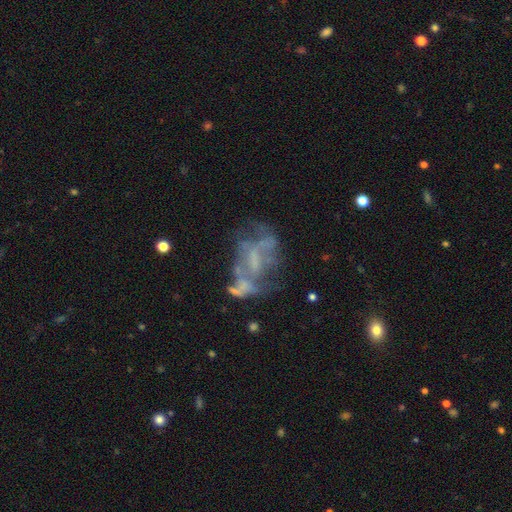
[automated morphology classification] Smooth or featured? Predicted: featured or disk (p=0.69). Edge-on disk? Predicted: no (p=0.97). Bar? Predicted: no (p=0.59). Spiral arms? Predicted: no (p=0.70). Bulge size? Predicted: none (p=0.62). Merging? Predicted: major disturbance (p=0.32).